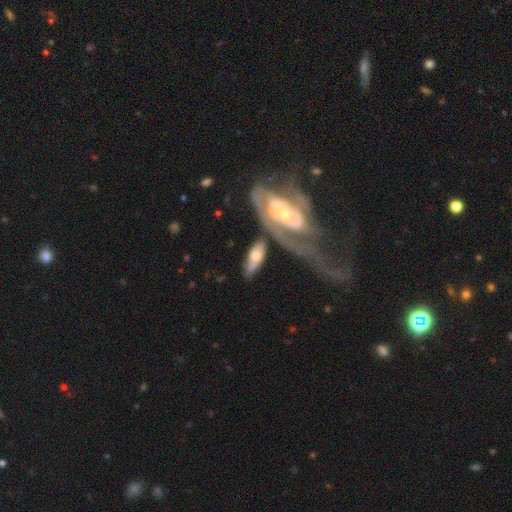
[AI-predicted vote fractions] Smooth or featured?
  - featured or disk: 50% *
  - smooth: 45%
  - star or artifact: 5%
Merging?
  - none: 43% *
  - merger: 27%
  - minor disturbance: 18%
  - major disturbance: 12%